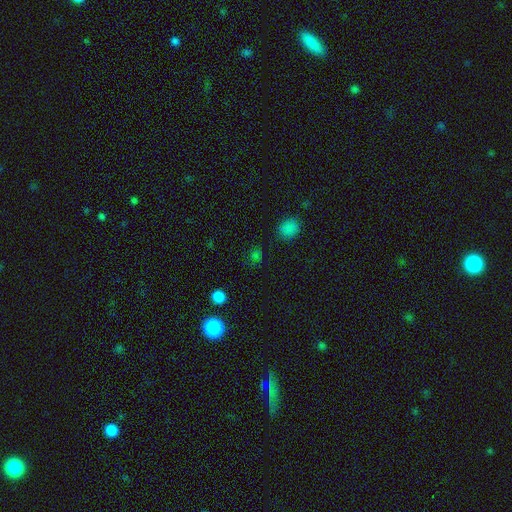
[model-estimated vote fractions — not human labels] Morphology: type=smooth (60%); roundness=round (82%); merging=none (82%).